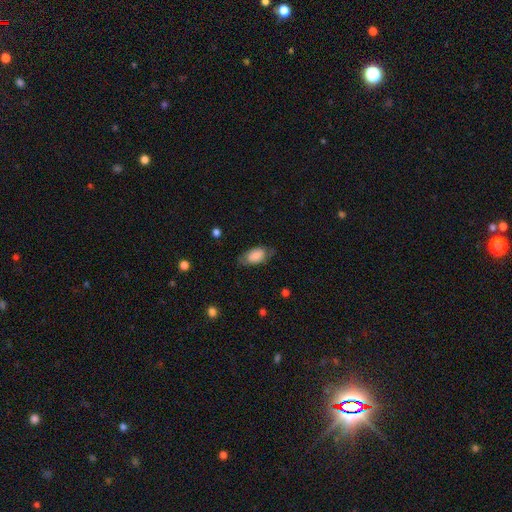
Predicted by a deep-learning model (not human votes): Smooth or featured: smooth — 77% (featured or disk — 17%)
How rounded: in between — 92% (round — 5%)
Merging: none — 67% (minor disturbance — 23%)